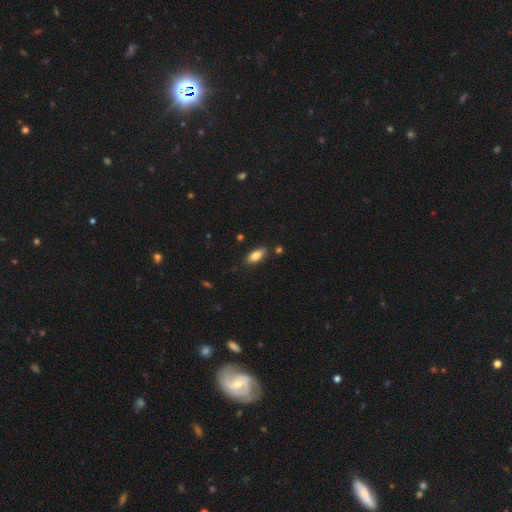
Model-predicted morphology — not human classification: This is likely a smooth galaxy (79%). How rounded: clearly in between (82%). Merging: clearly none (85%).